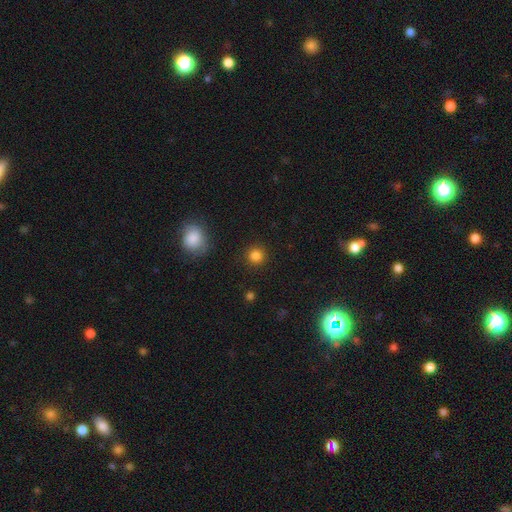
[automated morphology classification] smooth 84%, star or artifact 12%, featured or disk 4%. Down the decision tree: how rounded — round (94%); merging — none (91%).